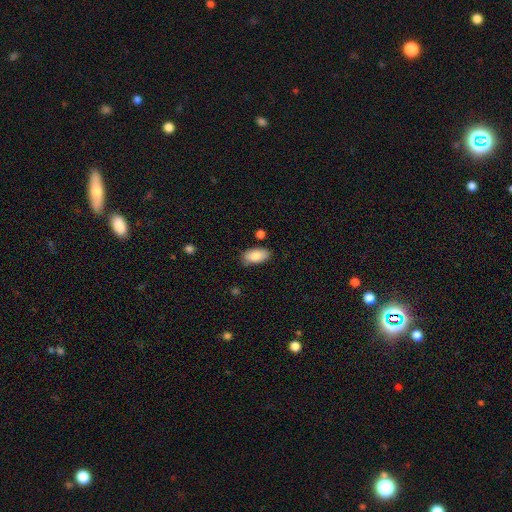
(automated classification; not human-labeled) Smooth or featured: smooth — 84% (featured or disk — 9%)
How rounded: in between — 94% (round — 3%)
Merging: none — 76% (minor disturbance — 17%)